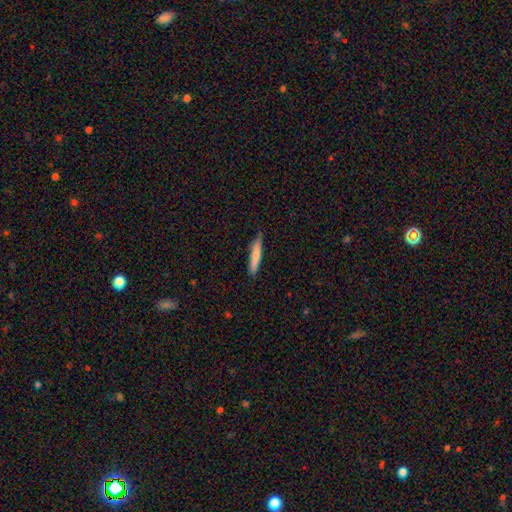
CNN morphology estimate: Smooth or featured? Predicted: smooth (p=0.75). How rounded? Predicted: cigar-shaped (p=0.92). Merging? Predicted: none (p=0.85).